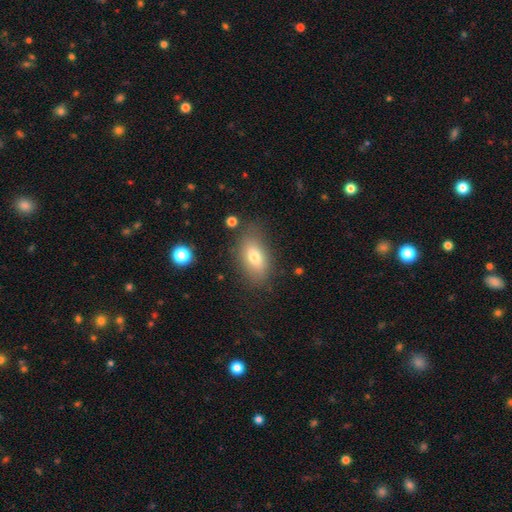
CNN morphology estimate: Smooth or featured: smooth — 72% (featured or disk — 18%)
How rounded: in between — 87% (round — 6%)
Merging: none — 76% (minor disturbance — 17%)